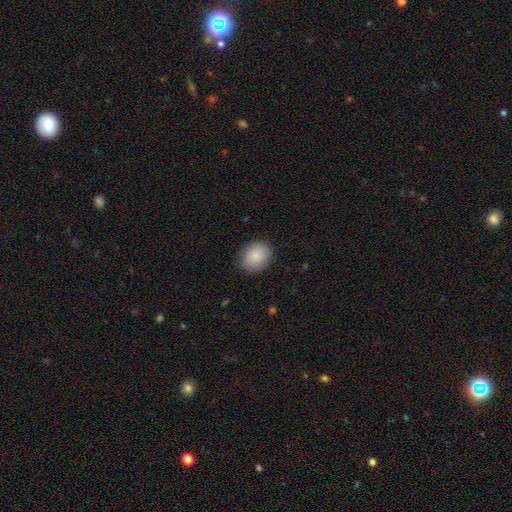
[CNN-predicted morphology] This appears to be a smooth galaxy with no disk features (87%) that is round (50%). Merging: none (86%).